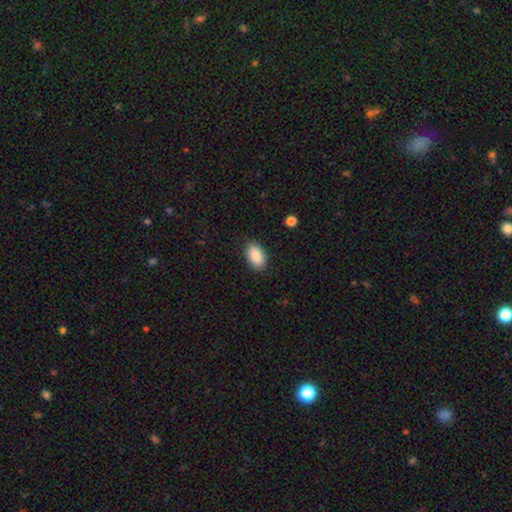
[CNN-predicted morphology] smooth_or_featured: smooth (p=0.88) [alt: star or artifact p=0.07]
how_rounded: in between (p=0.93) [alt: round p=0.06]
merging: none (p=0.86) [alt: minor disturbance p=0.10]